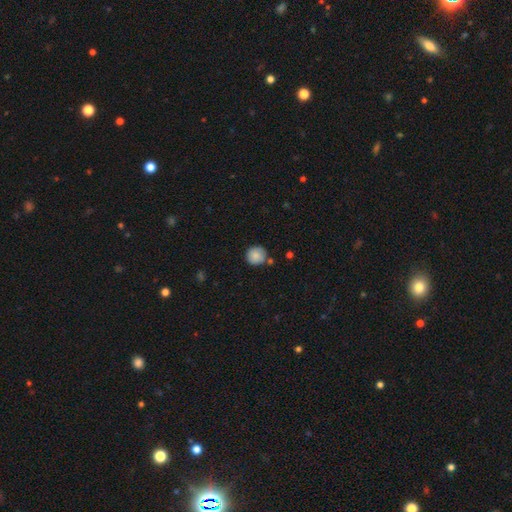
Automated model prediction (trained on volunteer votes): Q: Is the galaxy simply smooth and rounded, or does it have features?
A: smooth — 84%.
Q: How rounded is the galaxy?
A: round — 91%.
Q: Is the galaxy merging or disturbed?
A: none — 74%.